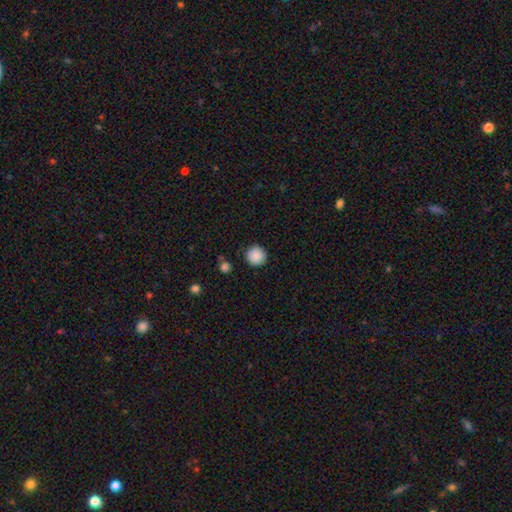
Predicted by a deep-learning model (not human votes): This is clearly a smooth galaxy (89%). How rounded: clearly round (95%). Merging: clearly none (90%).